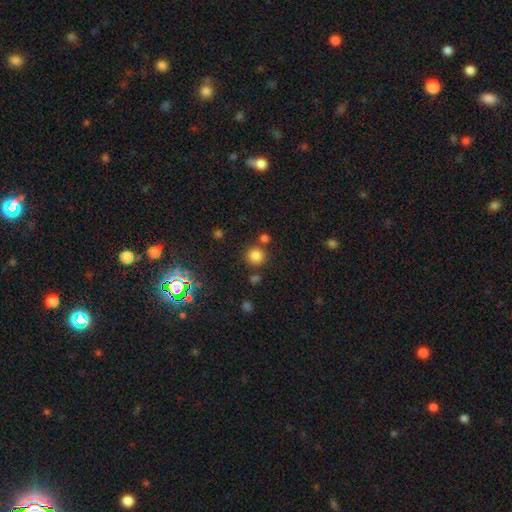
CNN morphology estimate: Q: Smooth or featured?
A: smooth (78%); runner-up: star or artifact (17%)
Q: How rounded?
A: round (92%); runner-up: in between (7%)
Q: Merging?
A: none (76%); runner-up: merger (13%)